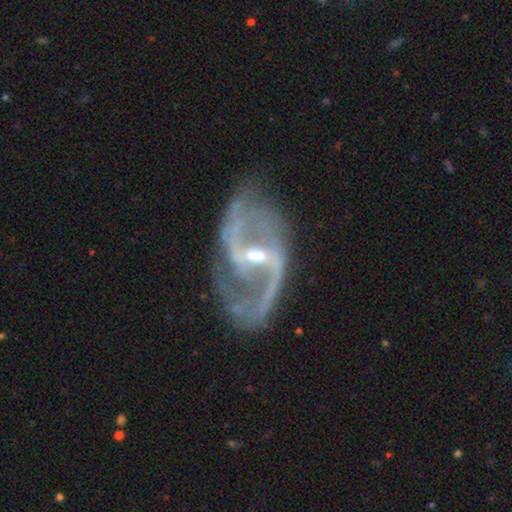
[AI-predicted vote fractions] Smooth or featured? featured or disk (92%)
Edge-on disk? no (97%)
Bar? weak (44%)
Spiral arms? yes (96%)
Spiral winding? medium (51%)
Spiral arm count? 2 (89%)
Bulge size? moderate (55%)
Merging? none (66%)